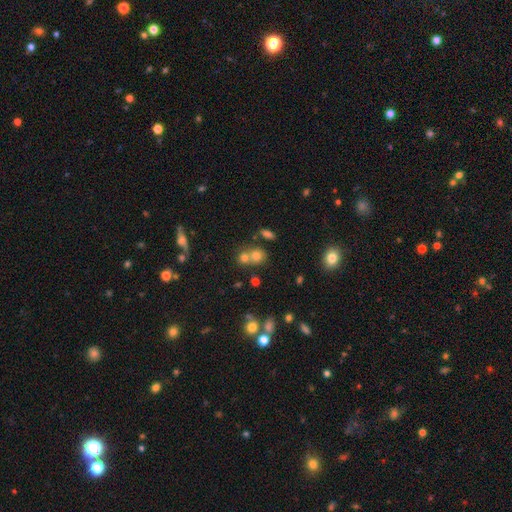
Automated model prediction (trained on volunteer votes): This appears to be a smooth galaxy with no disk features (70%) that is round (77%). Merging: none (46%).